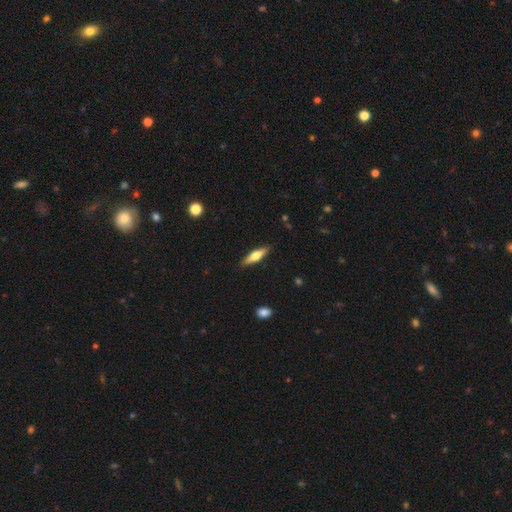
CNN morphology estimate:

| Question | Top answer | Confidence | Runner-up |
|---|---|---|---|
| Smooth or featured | smooth | 48% | featured or disk (46%) |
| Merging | none | 88% | minor disturbance (9%) |